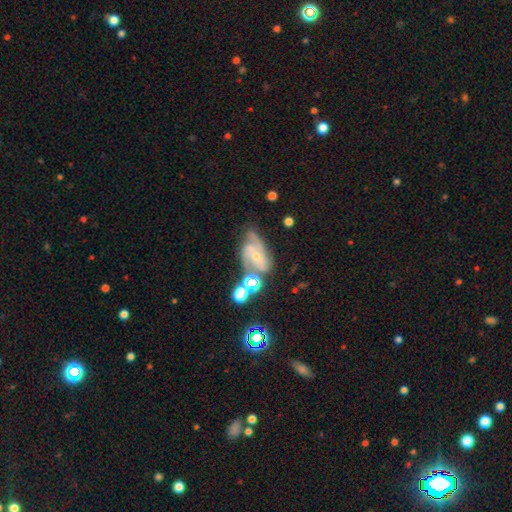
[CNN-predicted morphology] featured or disk 76%, smooth 13%, star or artifact 11%. Down the decision tree: edge-on disk — no (96%); bar — no (62%); spiral arms — yes (93%); spiral arm count — 2 (39%); spiral winding — medium (48%); bulge size — small (63%); merging — none (44%).